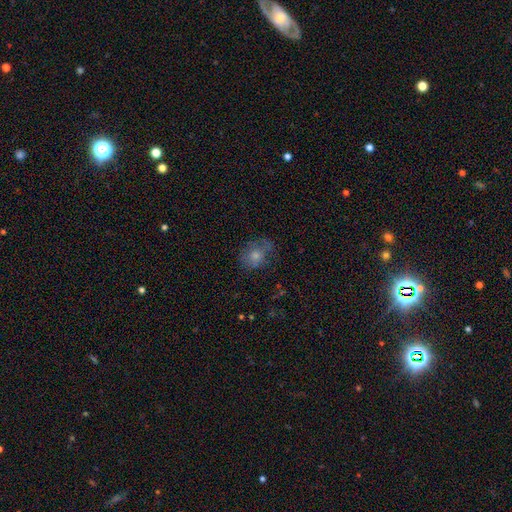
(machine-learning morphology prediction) The model was most divided on "how rounded" (2-way tie): round: 49%, in between: 49%, cigar-shaped: 1%. More confident: smooth or featured — smooth (70%); merging — none (57%).